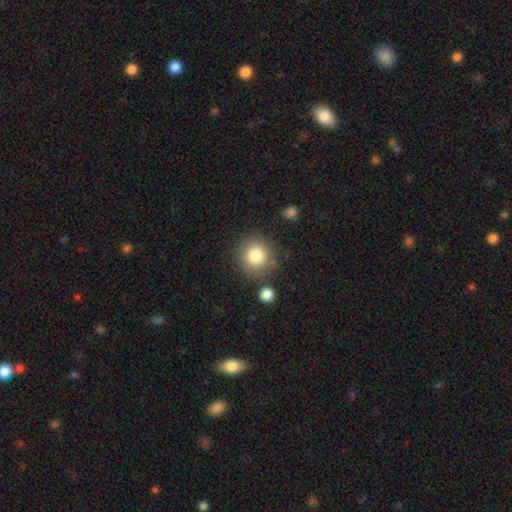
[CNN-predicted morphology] Smooth or featured? smooth (82%)
How rounded? round (92%)
Merging? none (81%)